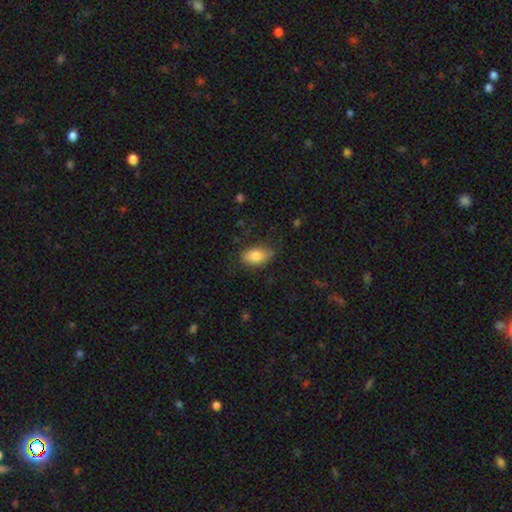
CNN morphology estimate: A smooth galaxy with no disk features (81%) that is in between round and cigar-shaped (91%).

Vote fractions:
- Smooth or featured? smooth: 81% / featured or disk: 11% / star or artifact: 7%
- How rounded? in between: 91% / round: 6% / cigar-shaped: 4%
- Merging? none: 77% / minor disturbance: 17% / major disturbance: 5% / merger: 1%